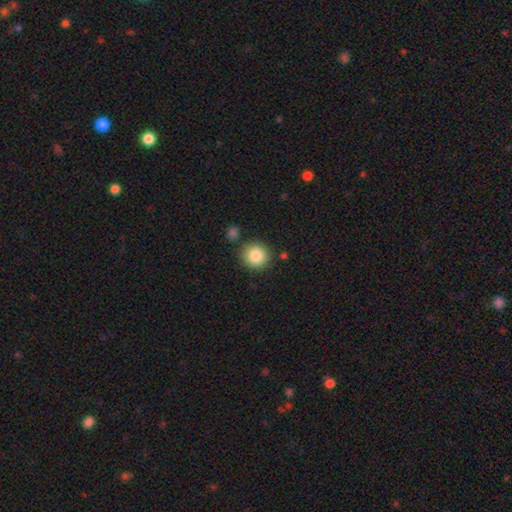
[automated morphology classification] A smooth galaxy with no disk features (85%) that is round (91%).

Vote fractions:
- Smooth or featured? smooth: 85% / star or artifact: 9% / featured or disk: 6%
- How rounded? round: 91% / in between: 8% / cigar-shaped: 1%
- Merging? none: 85% / minor disturbance: 8% / merger: 5% / major disturbance: 2%